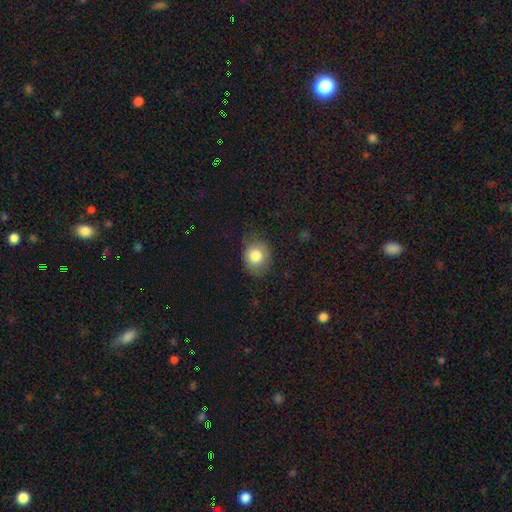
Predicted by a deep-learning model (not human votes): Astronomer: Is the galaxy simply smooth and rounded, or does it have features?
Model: smooth — 82%.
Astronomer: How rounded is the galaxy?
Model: round — 63%.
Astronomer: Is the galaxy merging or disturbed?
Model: none — 74%.